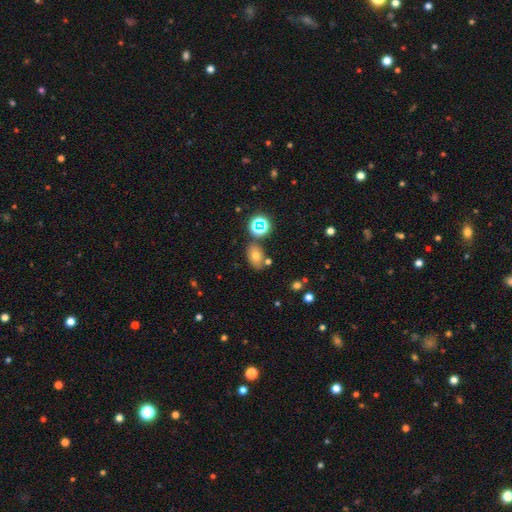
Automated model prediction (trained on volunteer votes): Smooth or featured: smooth — 63% (star or artifact — 22%)
How rounded: in between — 75% (round — 24%)
Merging: none — 72% (minor disturbance — 13%)